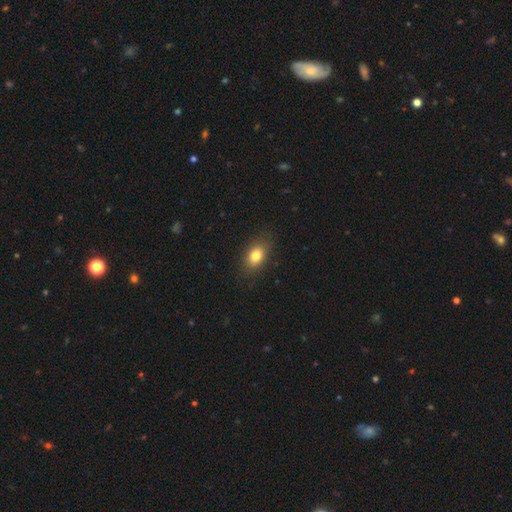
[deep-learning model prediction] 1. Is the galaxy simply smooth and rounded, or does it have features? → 82% smooth, 9% featured or disk, 9% star or artifact.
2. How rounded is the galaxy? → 81% in between, 16% round, 3% cigar-shaped.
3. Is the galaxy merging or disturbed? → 84% none, 12% minor disturbance, 3% major disturbance, 1% merger.